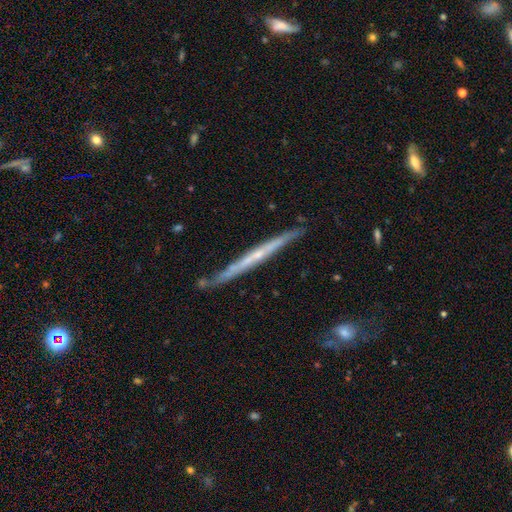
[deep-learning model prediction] This appears to be a featured or disk galaxy (71%) viewed edge-on (96%) with no central bulge (61%). Merging: none (82%).